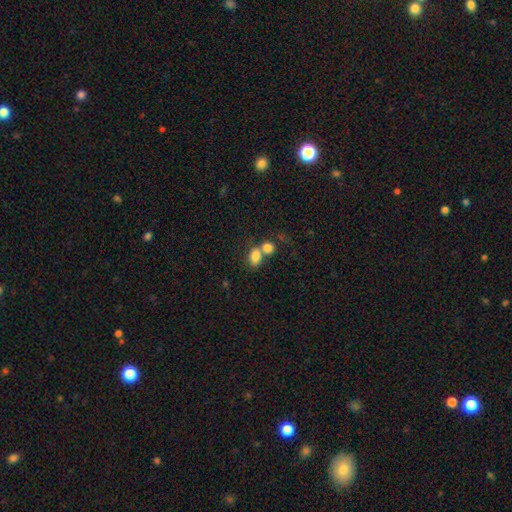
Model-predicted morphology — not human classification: A smooth galaxy with no disk features (81%) that is in between round and cigar-shaped (71%).

Vote fractions:
- Smooth or featured? smooth: 81% / star or artifact: 10% / featured or disk: 9%
- How rounded? in between: 71% / round: 27% / cigar-shaped: 2%
- Merging? merger: 53% / none: 34% / minor disturbance: 9% / major disturbance: 4%